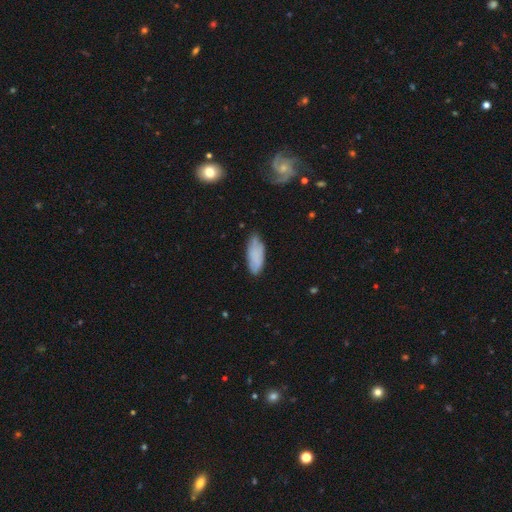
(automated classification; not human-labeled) Smooth or featured?
  - smooth: 74% *
  - featured or disk: 19%
  - star or artifact: 8%
How rounded?
  - in between: 80% *
  - cigar-shaped: 19%
  - round: 2%
Merging?
  - none: 64% *
  - minor disturbance: 28%
  - major disturbance: 6%
  - merger: 2%